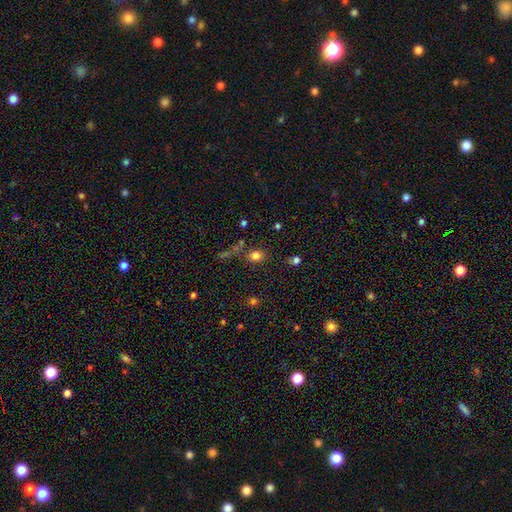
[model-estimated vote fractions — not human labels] Q: Smooth or featured?
A: smooth (77%); runner-up: star or artifact (16%)
Q: How rounded?
A: round (58%); runner-up: in between (41%)
Q: Merging?
A: none (75%); runner-up: minor disturbance (12%)